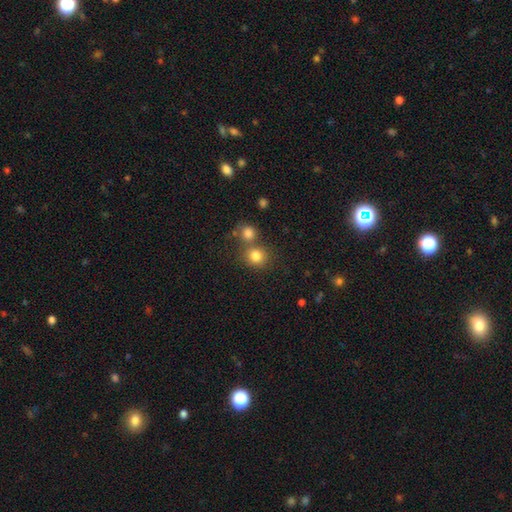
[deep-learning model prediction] The model was most divided on "merging": none: 61%, merger: 28%, minor disturbance: 8%, major disturbance: 3%. More confident: how rounded — round (86%); smooth or featured — smooth (81%).